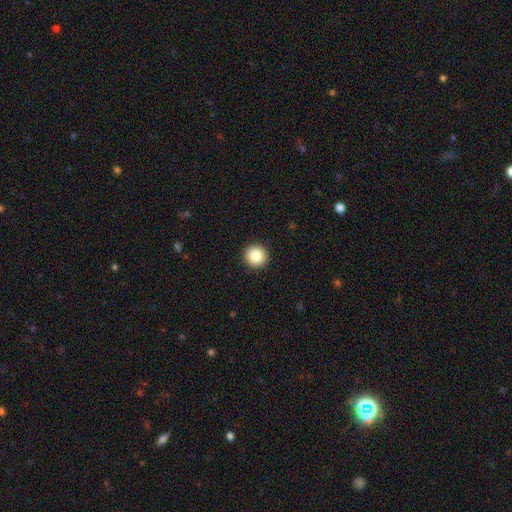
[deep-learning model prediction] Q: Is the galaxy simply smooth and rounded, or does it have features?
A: smooth — 85%.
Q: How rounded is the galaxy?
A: round — 95%.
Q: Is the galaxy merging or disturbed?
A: none — 93%.